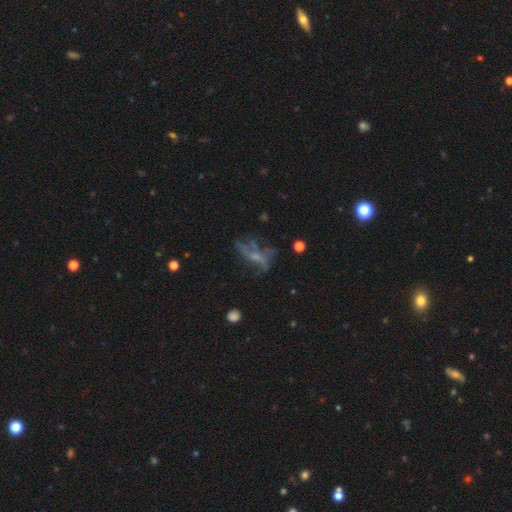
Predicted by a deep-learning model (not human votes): featured or disk 56%, smooth 24%, star or artifact 20%. Down the decision tree: edge-on disk — no (89%); bar — no (72%); spiral arms — no (65%); bulge size — none (42%); merging — none (41%).